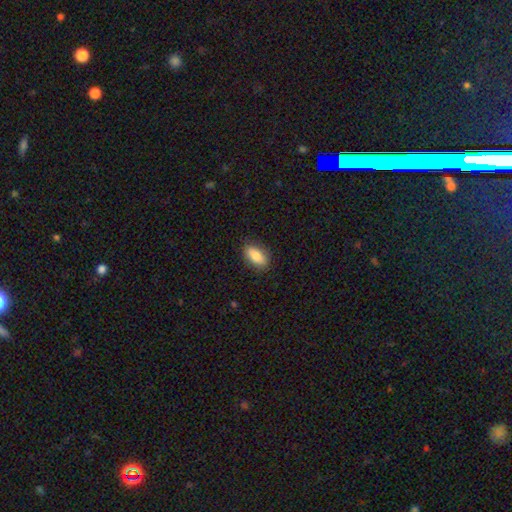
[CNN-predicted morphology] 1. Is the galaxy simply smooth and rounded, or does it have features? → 82% smooth, 11% featured or disk, 7% star or artifact.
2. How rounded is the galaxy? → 87% in between, 9% cigar-shaped, 4% round.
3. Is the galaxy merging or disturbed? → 86% none, 11% minor disturbance, 3% major disturbance, 1% merger.